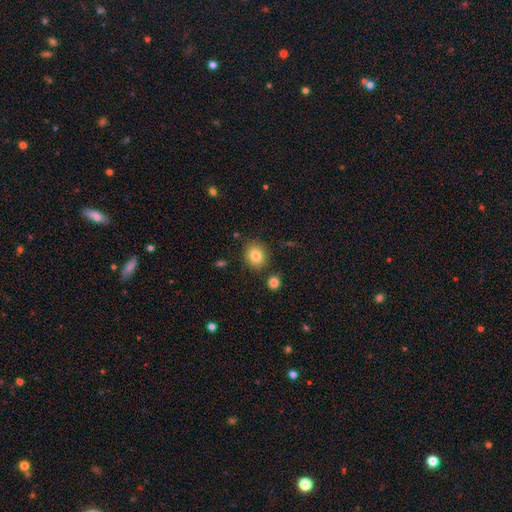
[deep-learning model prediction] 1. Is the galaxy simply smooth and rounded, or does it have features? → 82% smooth, 10% star or artifact, 8% featured or disk.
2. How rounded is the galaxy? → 68% round, 31% in between, 1% cigar-shaped.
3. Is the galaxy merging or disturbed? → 84% none, 9% minor disturbance, 4% merger, 3% major disturbance.